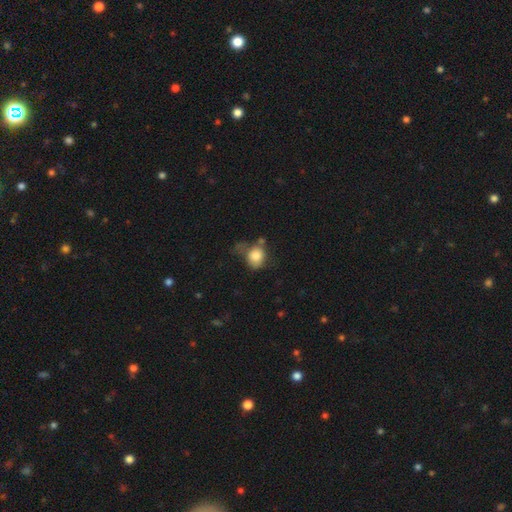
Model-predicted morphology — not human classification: Smooth or featured?
  - smooth: 80% *
  - featured or disk: 11%
  - star or artifact: 9%
How rounded?
  - round: 62% *
  - in between: 37%
  - cigar-shaped: 1%
Merging?
  - none: 39% *
  - minor disturbance: 28%
  - major disturbance: 19%
  - merger: 14%